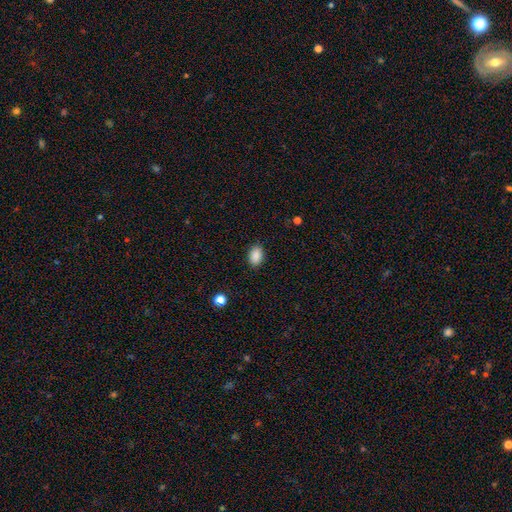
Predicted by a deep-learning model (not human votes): Smooth or featured: smooth — 89% (star or artifact — 8%)
How rounded: in between — 85% (round — 14%)
Merging: none — 88% (minor disturbance — 8%)